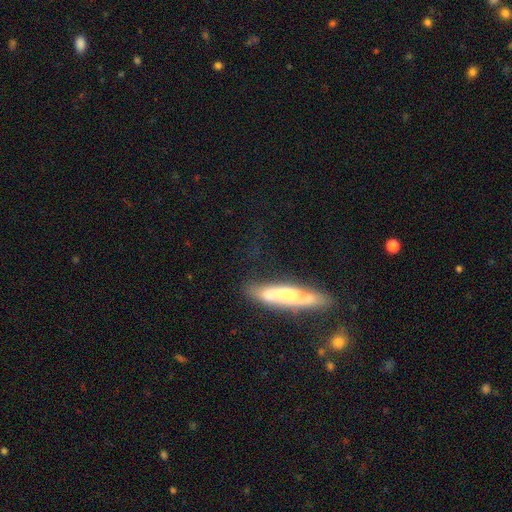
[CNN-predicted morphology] Smooth or featured? featured or disk (48%)
Merging? none (62%)